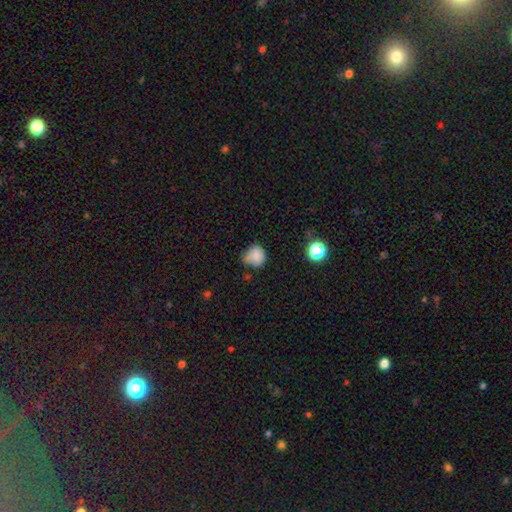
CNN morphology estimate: Q: Smooth or featured?
A: smooth (83%); runner-up: star or artifact (11%)
Q: How rounded?
A: round (79%); runner-up: in between (20%)
Q: Merging?
A: none (51%); runner-up: minor disturbance (37%)